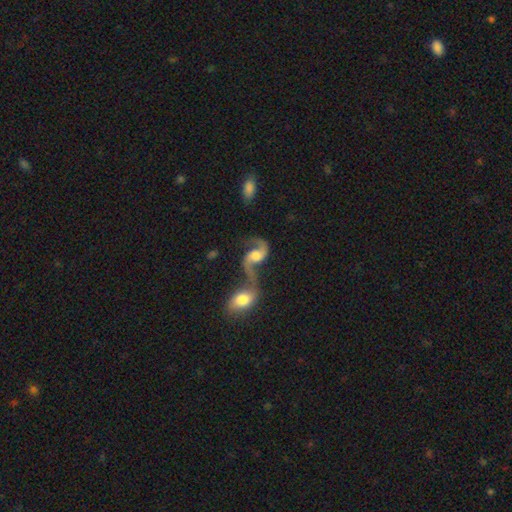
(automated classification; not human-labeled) The model was most divided on "bar": no: 52%, weak: 38%, strong: 10%. Remaining: edge-on disk — no (97%); spiral arms — yes (95%); spiral arm count — 2 (91%); smooth or featured — featured or disk (86%); spiral winding — loose (69%); merging — merger (60%); bulge size — moderate (49%).